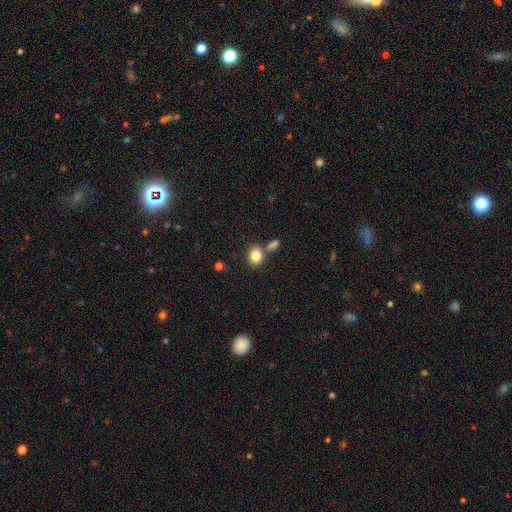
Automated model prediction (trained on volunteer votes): smooth_or_featured: smooth (p=0.84) [alt: star or artifact p=0.09]
how_rounded: in between (p=0.56) [alt: round p=0.42]
merging: none (p=0.65) [alt: merger p=0.20]